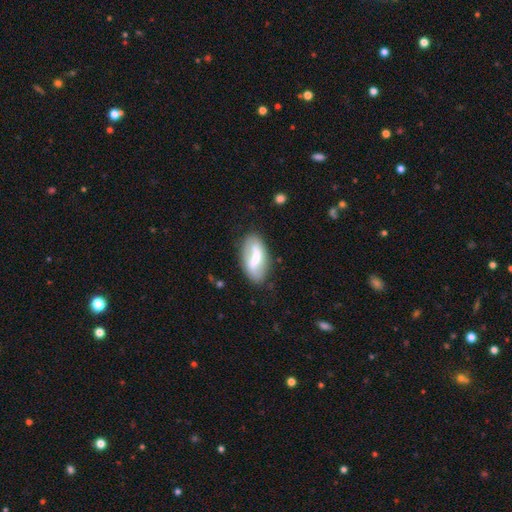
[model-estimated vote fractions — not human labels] A featured or disk galaxy (47%). Merging: none (74%).